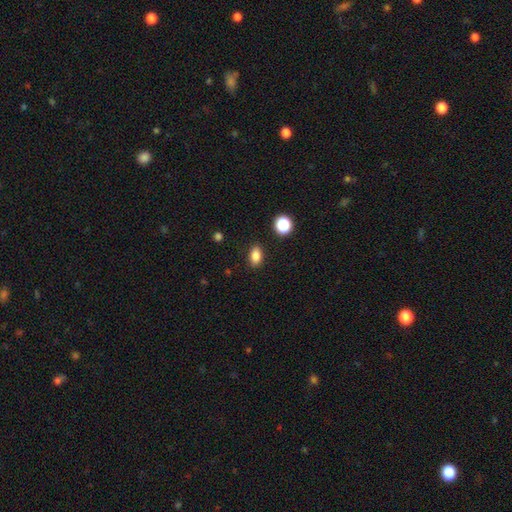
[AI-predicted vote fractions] smooth_or_featured: smooth (p=0.84) [alt: star or artifact p=0.10]
how_rounded: in between (p=0.84) [alt: round p=0.13]
merging: none (p=0.88) [alt: minor disturbance p=0.09]